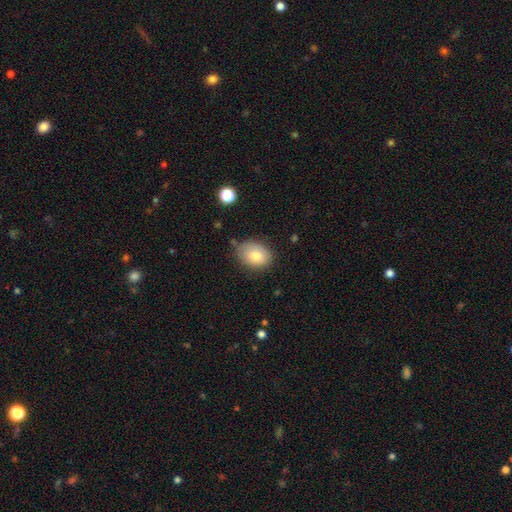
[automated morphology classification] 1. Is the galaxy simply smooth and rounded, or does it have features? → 79% smooth, 13% featured or disk, 8% star or artifact.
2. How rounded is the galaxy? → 67% in between, 32% round, 1% cigar-shaped.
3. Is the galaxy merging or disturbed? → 71% none, 22% minor disturbance, 4% major disturbance, 3% merger.